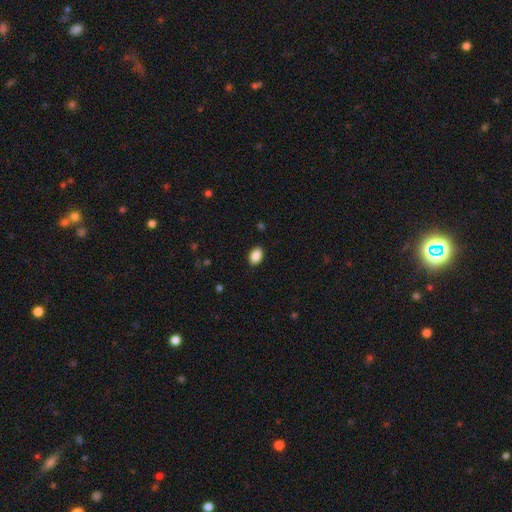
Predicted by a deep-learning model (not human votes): Overall: smooth (89%). How rounded: in between (87%). Merging: none (89%).